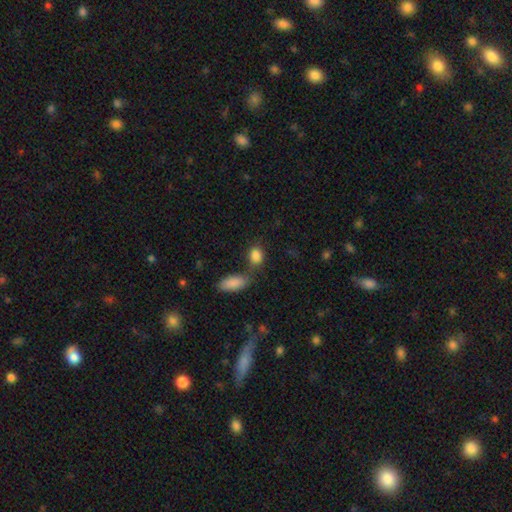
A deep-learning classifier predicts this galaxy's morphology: type=smooth (87%); roundness=in between (71%); merging=none (55%).